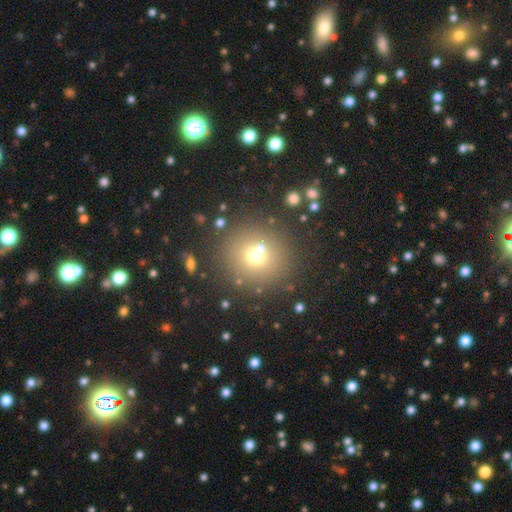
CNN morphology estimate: A smooth galaxy with no disk features (66%) that is round (91%). Merging: none (74%).